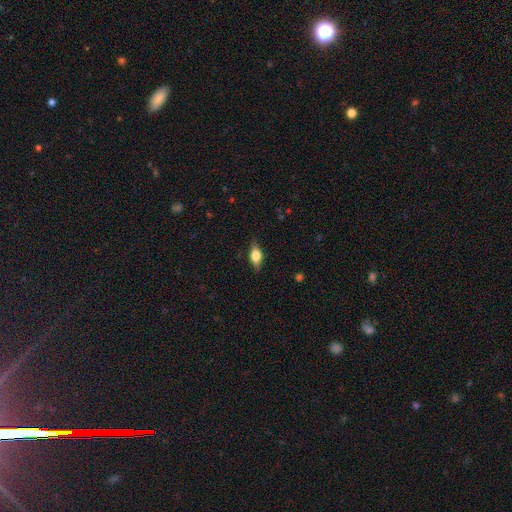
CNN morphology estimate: A smooth galaxy with no disk features (53%) that is in between round and cigar-shaped (75%).

Vote fractions:
- Smooth or featured? smooth: 53% / featured or disk: 38% / star or artifact: 9%
- How rounded? in between: 75% / cigar-shaped: 14% / round: 11%
- Merging? none: 80% / minor disturbance: 15% / major disturbance: 3% / merger: 1%